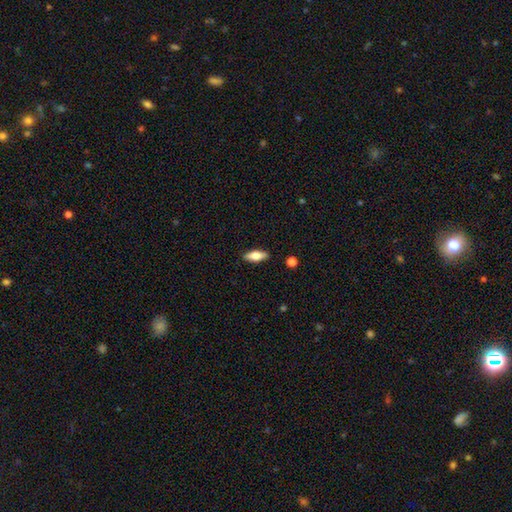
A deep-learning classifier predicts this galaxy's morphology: Smooth or featured?
  - smooth: 67% *
  - featured or disk: 26%
  - star or artifact: 6%
How rounded?
  - in between: 72% *
  - cigar-shaped: 26%
  - round: 3%
Merging?
  - none: 88% *
  - minor disturbance: 9%
  - major disturbance: 2%
  - merger: 1%